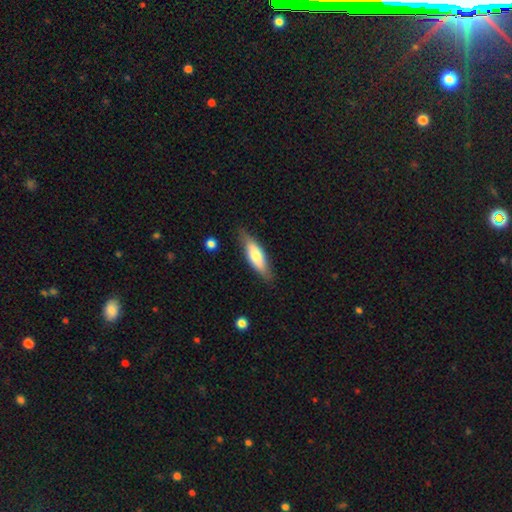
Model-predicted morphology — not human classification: The model was most divided on "how rounded" (2-way tie): in between: 49%, cigar-shaped: 49%, round: 2%. More confident: merging — none (79%); smooth or featured — smooth (65%).